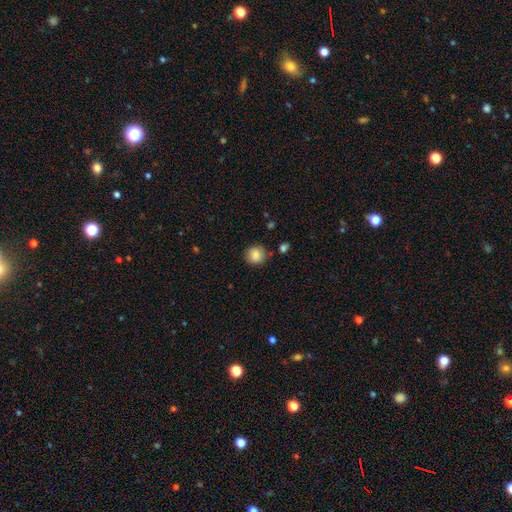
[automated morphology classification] This is clearly a smooth galaxy (86%). How rounded: clearly round (89%). Merging: clearly none (84%).